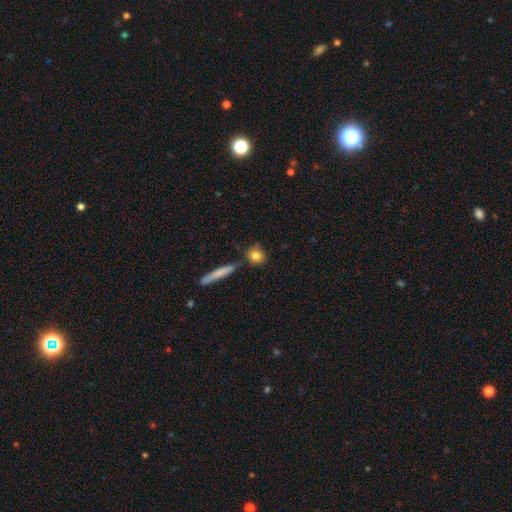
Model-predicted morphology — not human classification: smooth-or-featured: smooth: 81% | featured or disk: 11% | star or artifact: 8%
  how-rounded: round: 75% | in between: 17% | cigar-shaped: 8%
  merging: none: 72% | minor disturbance: 13% | merger: 11% | major disturbance: 4%